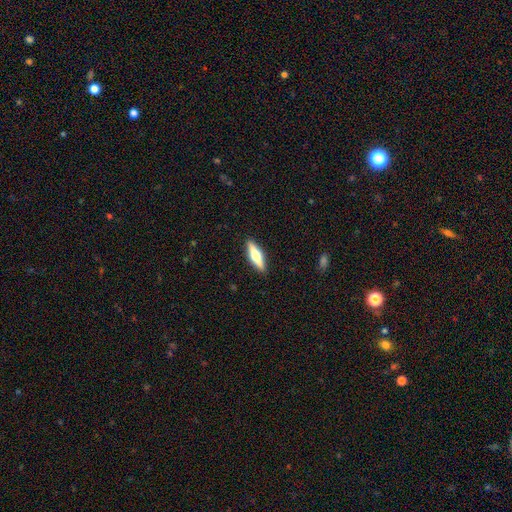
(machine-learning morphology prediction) Smooth or featured? Predicted: featured or disk (p=0.52). Edge-on disk? Predicted: yes (p=0.94). Merging? Predicted: none (p=0.91).